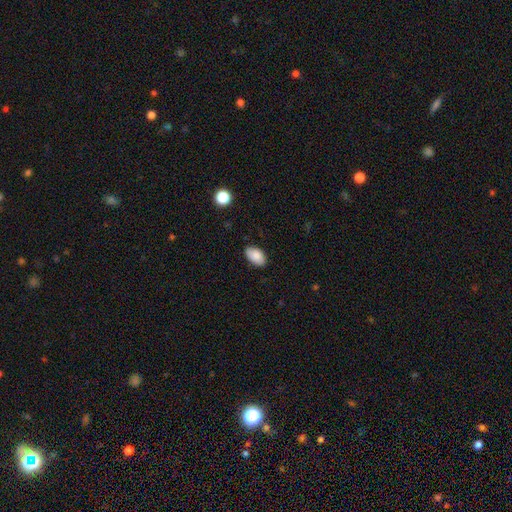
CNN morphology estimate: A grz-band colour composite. It shows a smooth galaxy with no disk features (87%) that is in between round and cigar-shaped (93%). Merging: none (83%).